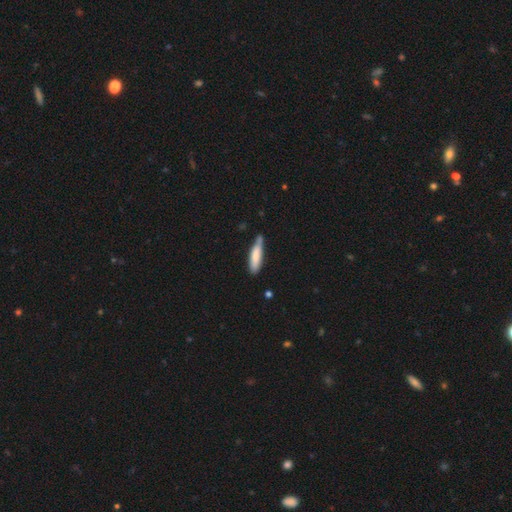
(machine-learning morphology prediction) This appears to be a smooth galaxy with no disk features (77%) that is cigar-shaped (74%). Merging: none (60%).